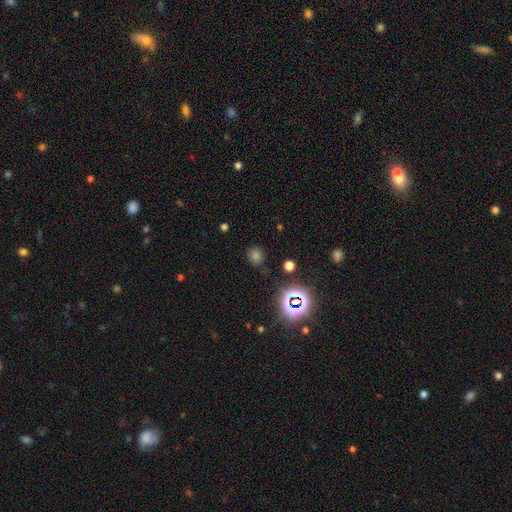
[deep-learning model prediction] A smooth galaxy with no disk features (49%).

Vote fractions:
- Smooth or featured? smooth: 49% / star or artifact: 45% / featured or disk: 7%
- Merging? none: 83% / minor disturbance: 11% / major disturbance: 4% / merger: 2%